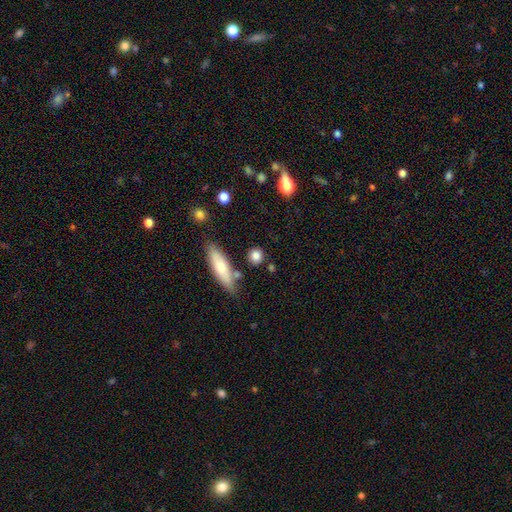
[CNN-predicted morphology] Smooth or featured? Predicted: smooth (p=0.82). How rounded? Predicted: round (p=0.76). Merging? Predicted: none (p=0.77).